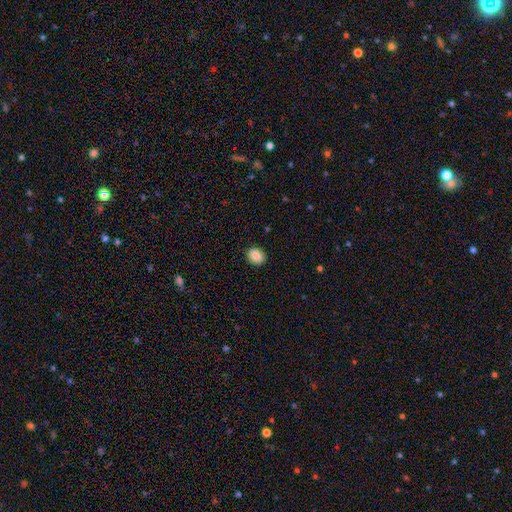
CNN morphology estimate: type=smooth (87%); roundness=round (54%); merging=none (90%).